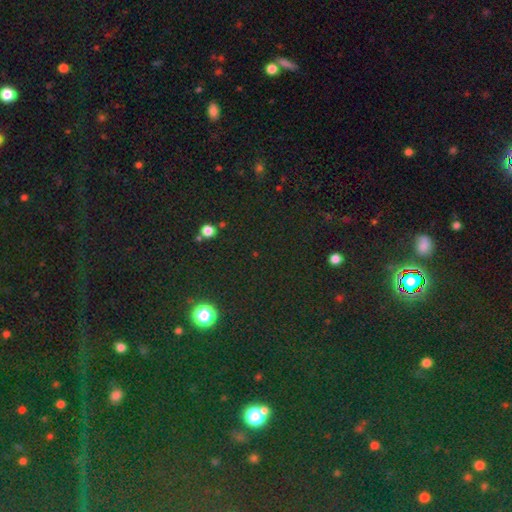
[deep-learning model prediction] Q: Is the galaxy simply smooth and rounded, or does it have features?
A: star or artifact — 79%.